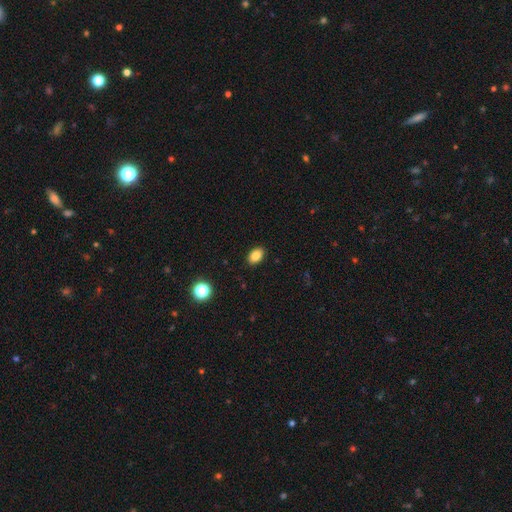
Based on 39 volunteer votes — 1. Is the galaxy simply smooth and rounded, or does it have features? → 92% smooth, 5% star or artifact, 3% featured or disk.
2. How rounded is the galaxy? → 78% in between, 22% round, 0% cigar-shaped.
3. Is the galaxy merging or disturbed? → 89% none, 8% major disturbance, 3% minor disturbance, 0% merger.